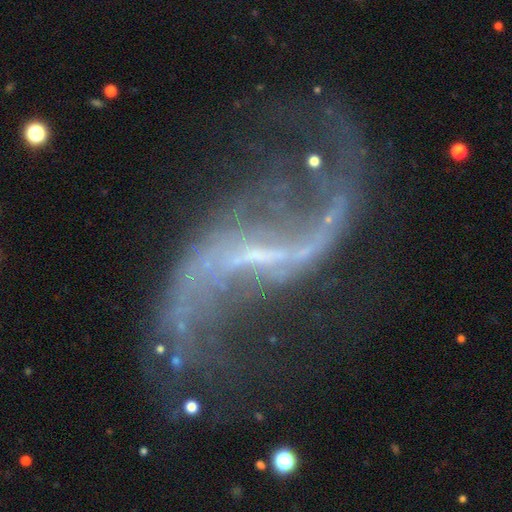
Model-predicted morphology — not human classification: Smooth or featured? featured or disk (92%)
Edge-on disk? no (97%)
Bar? weak (42%)
Spiral arms? yes (95%)
Spiral winding? loose (92%)
Spiral arm count? 2 (93%)
Bulge size? small (58%)
Merging? none (64%)